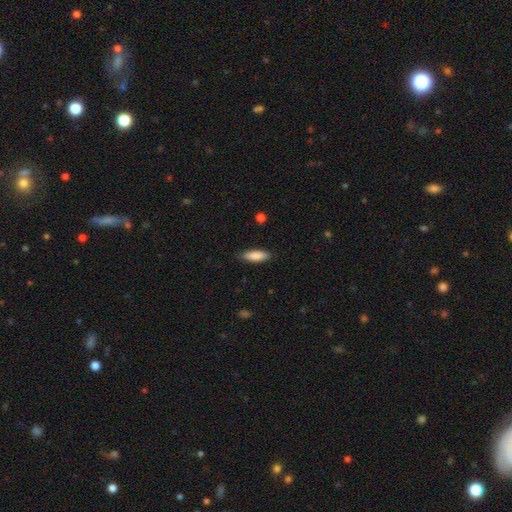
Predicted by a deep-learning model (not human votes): This appears to be a smooth galaxy with no disk features (86%) that is in between round and cigar-shaped (54%). Merging: none (87%).